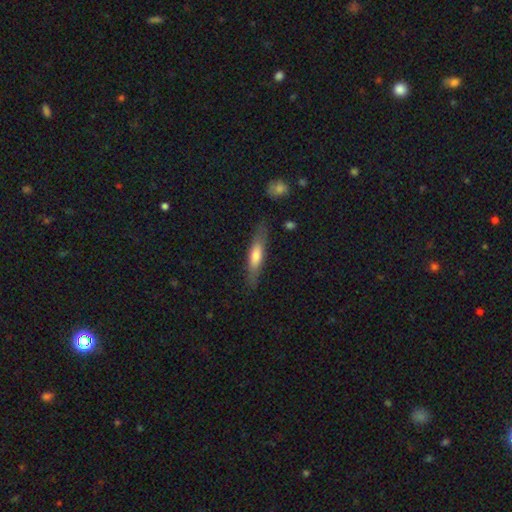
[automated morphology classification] A smooth galaxy with no disk features (58%) that is cigar-shaped (79%).

Vote fractions:
- Smooth or featured? smooth: 58% / featured or disk: 36% / star or artifact: 6%
- How rounded? cigar-shaped: 79% / in between: 19% / round: 2%
- Merging? none: 82% / minor disturbance: 13% / major disturbance: 3% / merger: 2%